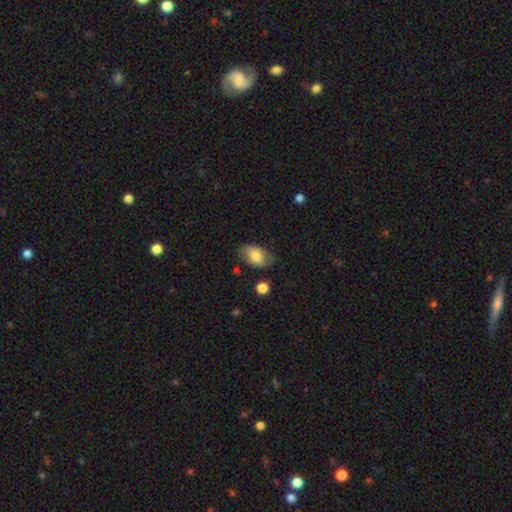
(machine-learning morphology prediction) Smooth or featured: smooth — 72% (featured or disk — 21%)
How rounded: in between — 90% (round — 9%)
Merging: none — 71% (minor disturbance — 21%)